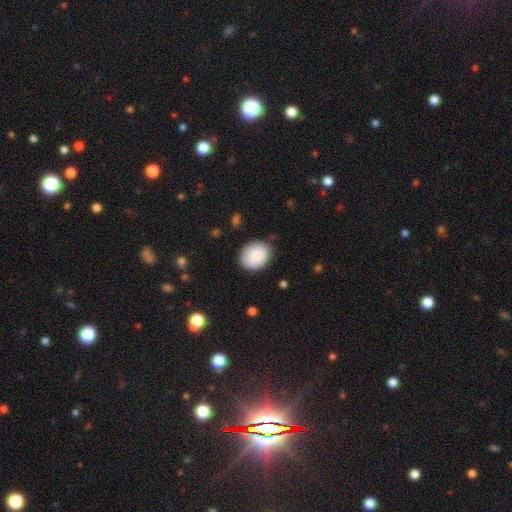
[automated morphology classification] This appears to be a smooth galaxy with no disk features (85%) that is round (60%). Merging: none (80%).